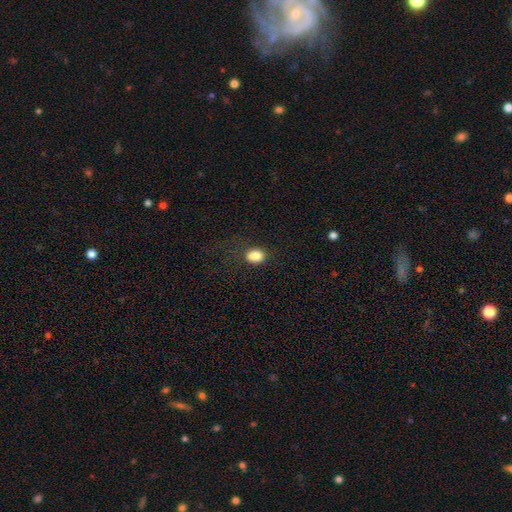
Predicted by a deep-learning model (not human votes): smooth-or-featured: smooth: 86% | star or artifact: 9% | featured or disk: 5%
  how-rounded: in between: 64% | round: 35% | cigar-shaped: 1%
  merging: none: 76% | minor disturbance: 15% | major disturbance: 7% | merger: 2%